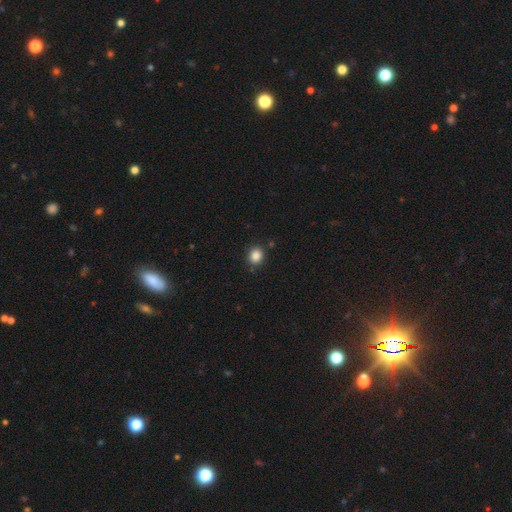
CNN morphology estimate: Smooth or featured? smooth (86%)
How rounded? round (79%)
Merging? none (86%)